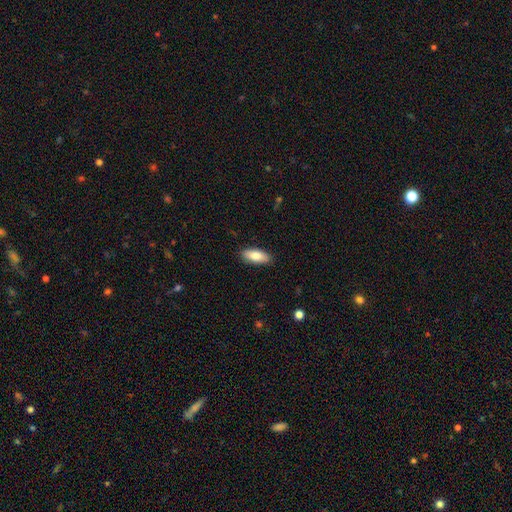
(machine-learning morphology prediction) smooth 83%, featured or disk 11%, star or artifact 6%. Down the decision tree: how rounded — in between (82%); merging — none (88%).